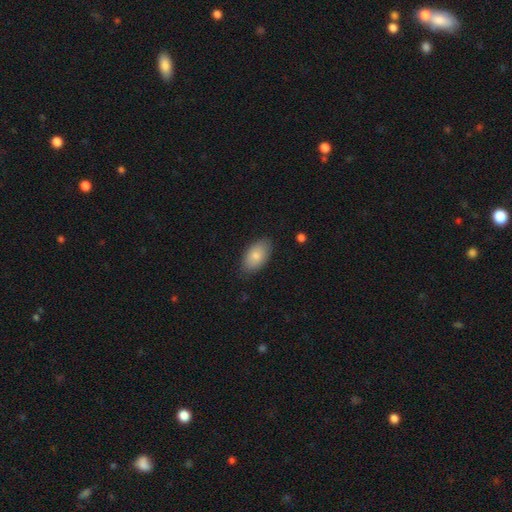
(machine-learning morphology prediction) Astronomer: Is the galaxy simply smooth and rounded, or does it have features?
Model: smooth — 83%.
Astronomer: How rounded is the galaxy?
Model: in between — 94%.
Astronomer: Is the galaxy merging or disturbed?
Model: none — 84%.